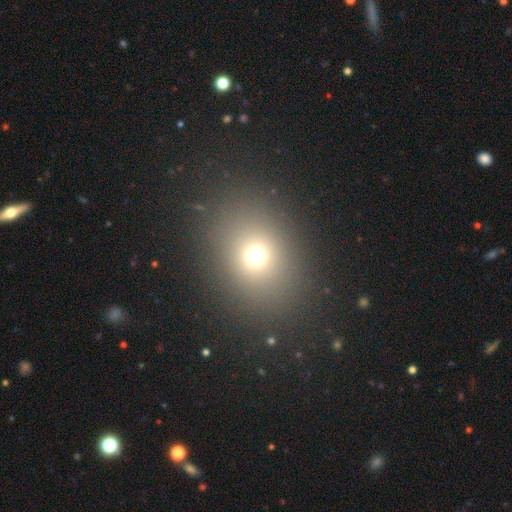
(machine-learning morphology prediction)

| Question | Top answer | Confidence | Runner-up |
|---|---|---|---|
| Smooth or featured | smooth | 69% | star or artifact (20%) |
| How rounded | round | 53% | in between (46%) |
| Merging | none | 85% | minor disturbance (8%) |